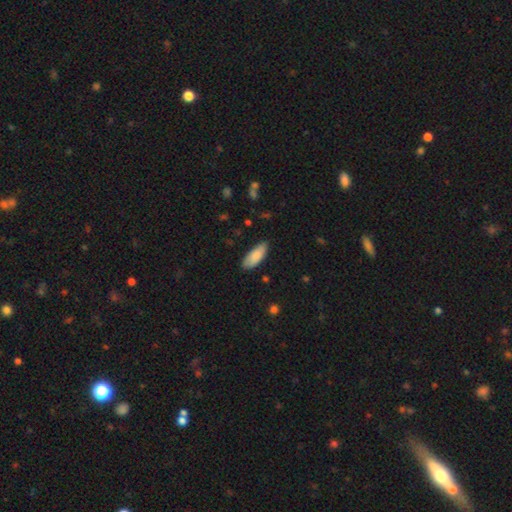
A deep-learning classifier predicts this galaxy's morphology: smooth 86%, featured or disk 9%, star or artifact 5%. Down the decision tree: how rounded — in between (78%); merging — none (82%).